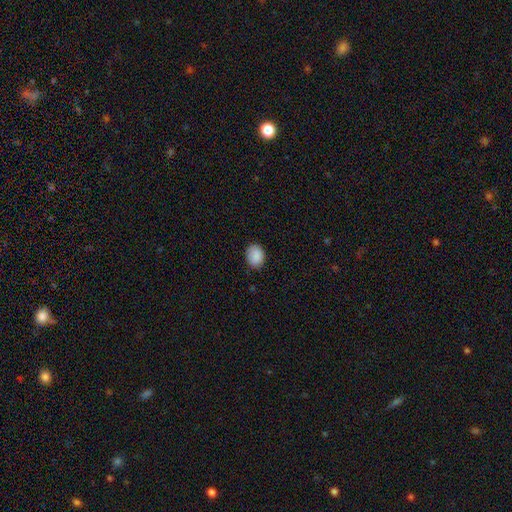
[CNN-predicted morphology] This is clearly a smooth galaxy (89%). How rounded: possibly in between (55%). Merging: clearly none (83%).